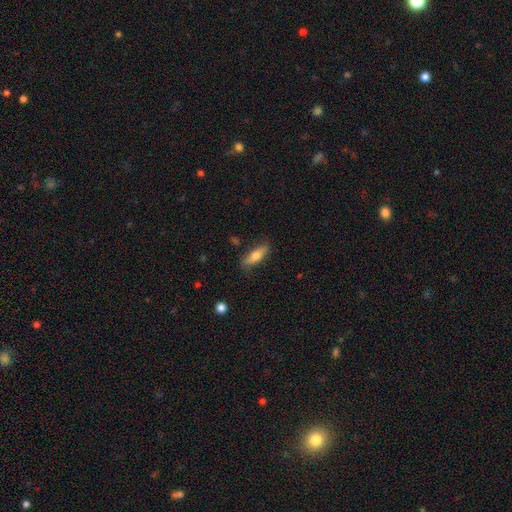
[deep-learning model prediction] smooth-or-featured: smooth: 64% | featured or disk: 30% | star or artifact: 6%
  how-rounded: in between: 49% | cigar-shaped: 48% | round: 3%
  merging: none: 78% | minor disturbance: 16% | major disturbance: 4% | merger: 2%